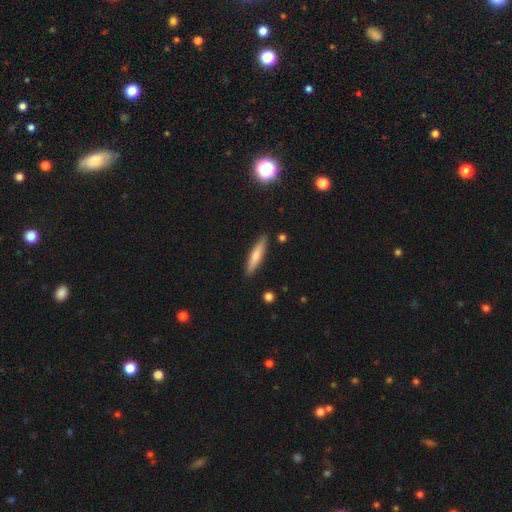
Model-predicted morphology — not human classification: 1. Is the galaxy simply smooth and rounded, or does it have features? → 68% smooth, 26% featured or disk, 6% star or artifact.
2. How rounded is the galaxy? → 84% cigar-shaped, 14% in between, 1% round.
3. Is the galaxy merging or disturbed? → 88% none, 8% minor disturbance, 2% merger, 2% major disturbance.